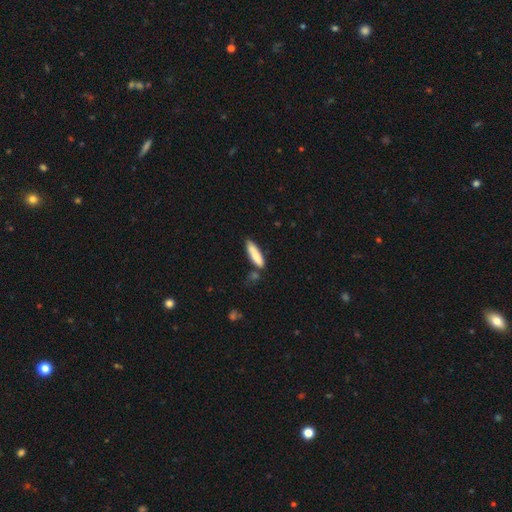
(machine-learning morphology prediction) Smooth or featured? smooth (83%)
How rounded? cigar-shaped (69%)
Merging? none (66%)